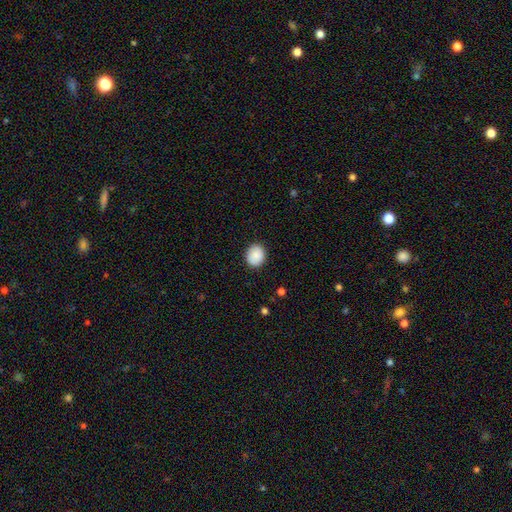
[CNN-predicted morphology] Q: Smooth or featured?
A: smooth (87%); runner-up: star or artifact (7%)
Q: How rounded?
A: round (67%); runner-up: in between (32%)
Q: Merging?
A: none (88%); runner-up: minor disturbance (9%)